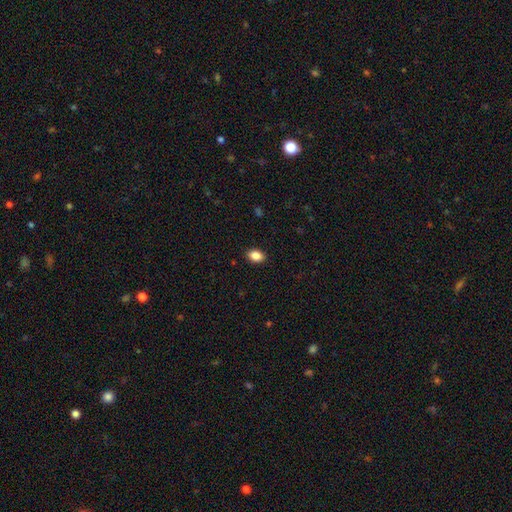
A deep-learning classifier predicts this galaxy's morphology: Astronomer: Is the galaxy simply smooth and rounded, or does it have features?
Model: smooth — 87%.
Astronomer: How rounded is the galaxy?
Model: in between — 85%.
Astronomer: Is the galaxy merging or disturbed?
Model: none — 89%.